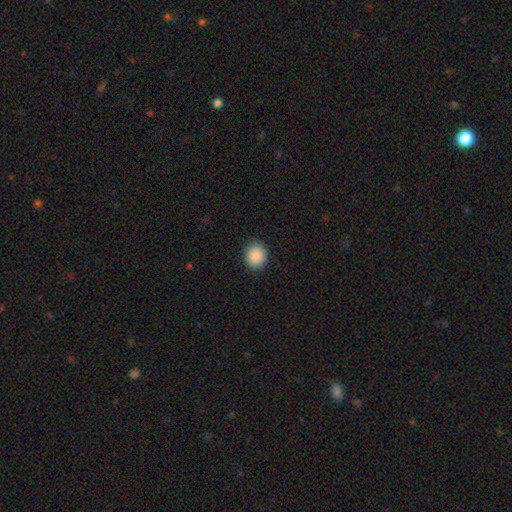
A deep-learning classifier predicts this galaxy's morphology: smooth-or-featured: smooth: 89% | star or artifact: 8% | featured or disk: 2%
  how-rounded: round: 77% | in between: 22% | cigar-shaped: 1%
  merging: none: 89% | minor disturbance: 8% | major disturbance: 2% | merger: 1%